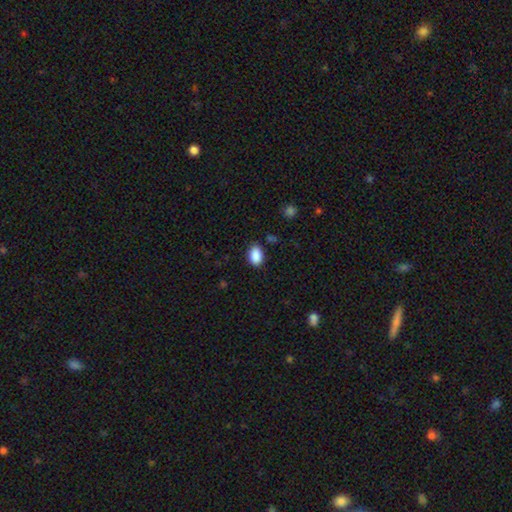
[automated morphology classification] Smooth or featured: smooth — 89% (star or artifact — 8%)
How rounded: in between — 88% (round — 11%)
Merging: none — 84% (minor disturbance — 11%)